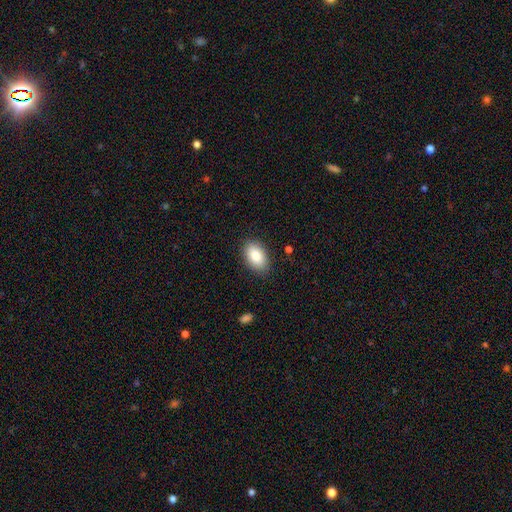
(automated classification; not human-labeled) smooth 86%, featured or disk 7%, star or artifact 7%. Down the decision tree: how rounded — in between (93%); merging — none (86%).